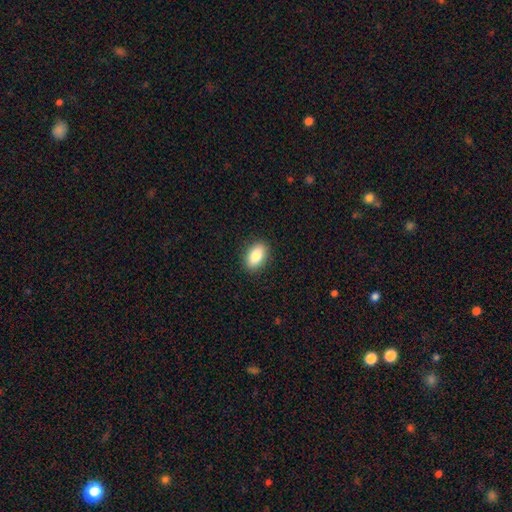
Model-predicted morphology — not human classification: Q: Smooth or featured?
A: smooth (84%); runner-up: featured or disk (9%)
Q: How rounded?
A: in between (89%); runner-up: round (8%)
Q: Merging?
A: none (89%); runner-up: minor disturbance (8%)